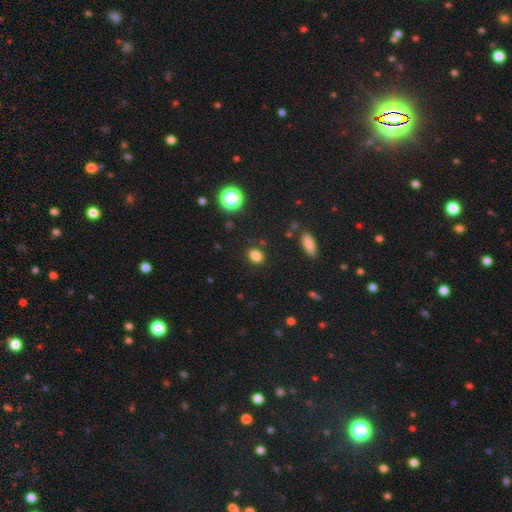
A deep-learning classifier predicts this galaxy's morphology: smooth-or-featured: smooth: 81% | star or artifact: 14% | featured or disk: 5%
  how-rounded: in between: 51% | round: 47% | cigar-shaped: 2%
  merging: none: 86% | minor disturbance: 9% | major disturbance: 3% | merger: 2%